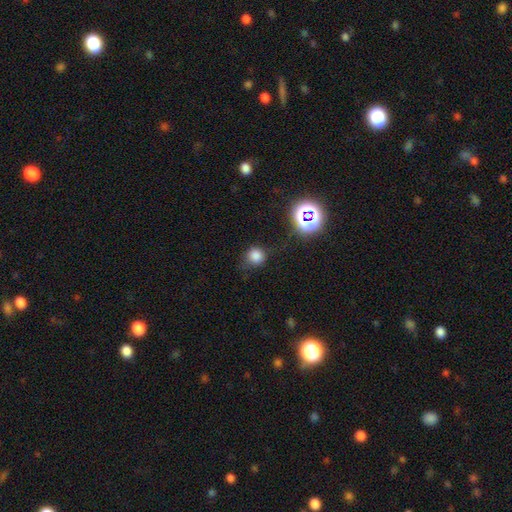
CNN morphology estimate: type=smooth (76%); roundness=round (89%); merging=none (73%).